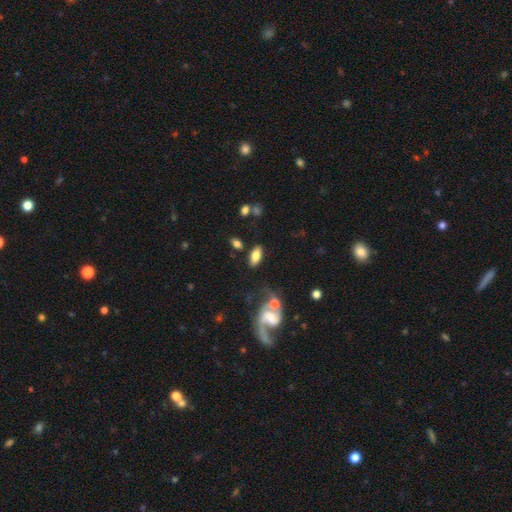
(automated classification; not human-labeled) This appears to be a smooth galaxy with no disk features (74%) that is in between round and cigar-shaped (89%). Merging: none (74%).